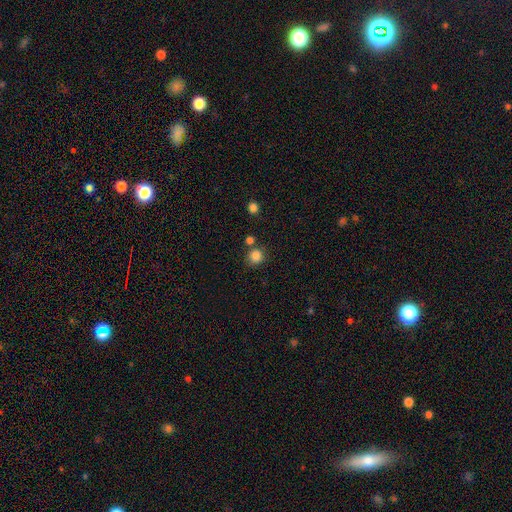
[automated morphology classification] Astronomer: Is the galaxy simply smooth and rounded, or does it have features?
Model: smooth — 85%.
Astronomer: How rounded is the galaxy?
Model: round — 87%.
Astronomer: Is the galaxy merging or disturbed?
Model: none — 74%.